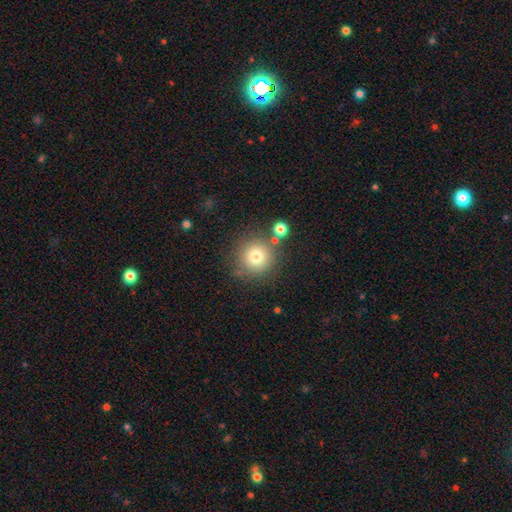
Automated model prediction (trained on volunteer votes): Smooth or featured? smooth (65%)
How rounded? round (94%)
Merging? none (80%)